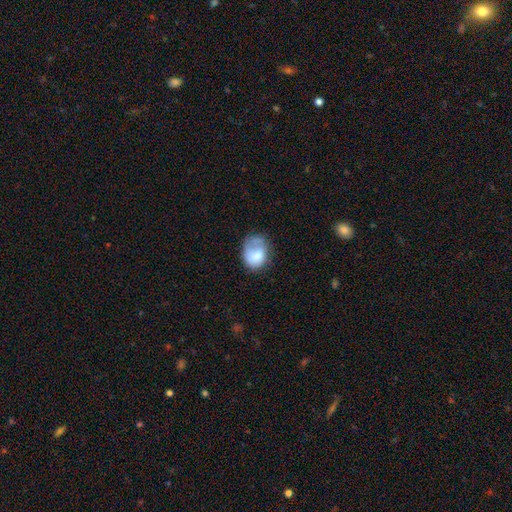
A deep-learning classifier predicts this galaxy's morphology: The model was most divided on "merging": none: 37%, minor disturbance: 30%, major disturbance: 28%, merger: 5%. More confident: smooth or featured — smooth (72%); how rounded — in between (57%).